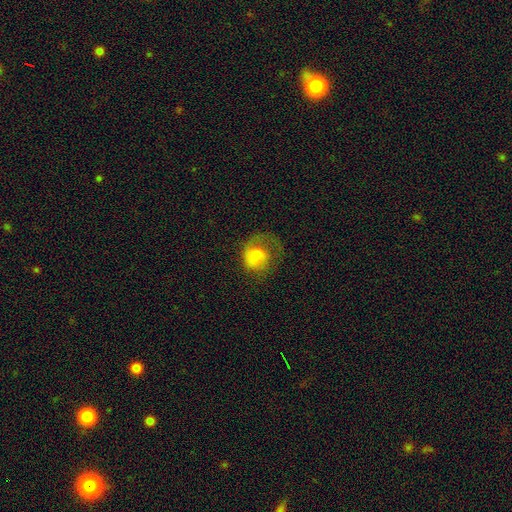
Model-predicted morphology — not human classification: smooth-or-featured: smooth: 55% | featured or disk: 36% | star or artifact: 9%
  how-rounded: round: 54% | in between: 44% | cigar-shaped: 1%
  merging: major disturbance: 44% | none: 33% | minor disturbance: 20% | merger: 3%